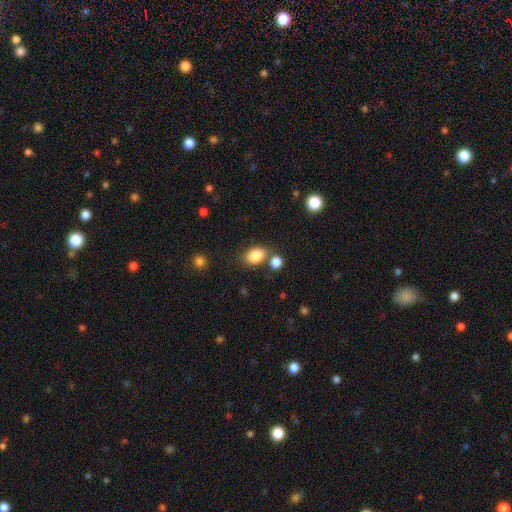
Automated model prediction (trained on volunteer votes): Smooth or featured?
  - smooth: 85% *
  - star or artifact: 9%
  - featured or disk: 6%
How rounded?
  - in between: 79% *
  - round: 19%
  - cigar-shaped: 1%
Merging?
  - none: 66% *
  - merger: 16%
  - minor disturbance: 14%
  - major disturbance: 4%